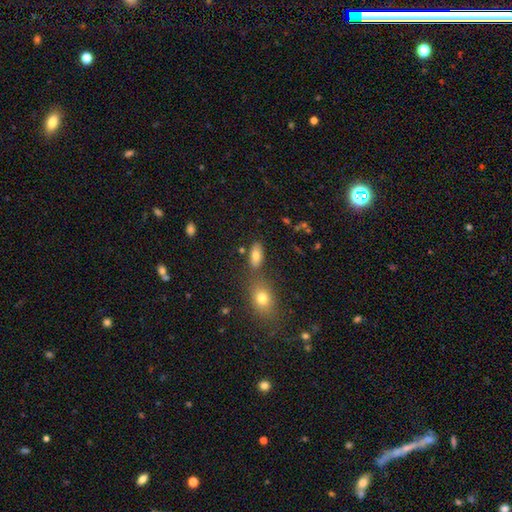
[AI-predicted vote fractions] Smooth or featured?
  - smooth: 78% *
  - featured or disk: 12%
  - star or artifact: 10%
How rounded?
  - in between: 89% *
  - cigar-shaped: 6%
  - round: 5%
Merging?
  - none: 71% *
  - merger: 14%
  - minor disturbance: 11%
  - major disturbance: 4%